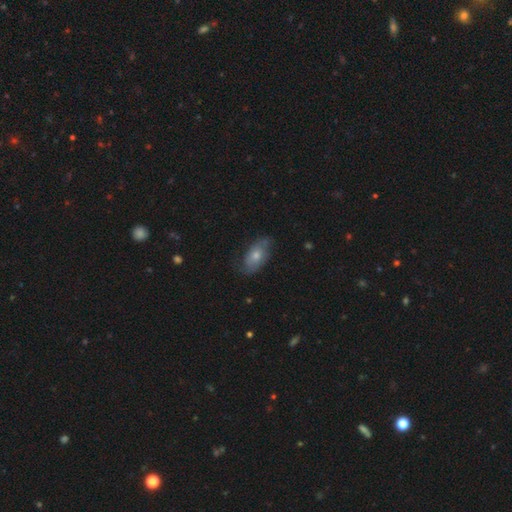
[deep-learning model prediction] A smooth galaxy with no disk features (61%) that is in between round and cigar-shaped (90%).

Vote fractions:
- Smooth or featured? smooth: 61% / featured or disk: 32% / star or artifact: 7%
- How rounded? in between: 90% / round: 5% / cigar-shaped: 5%
- Merging? none: 66% / minor disturbance: 25% / major disturbance: 7% / merger: 2%